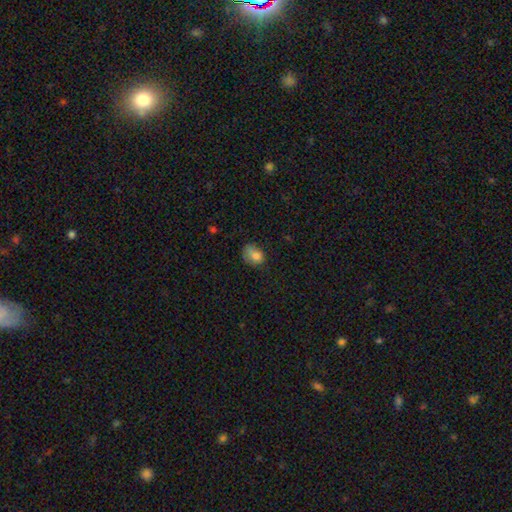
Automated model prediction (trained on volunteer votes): Smooth or featured? smooth (79%)
How rounded? in between (67%)
Merging? none (43%)